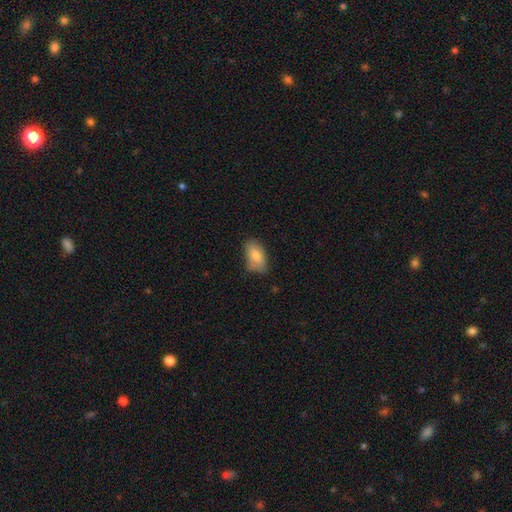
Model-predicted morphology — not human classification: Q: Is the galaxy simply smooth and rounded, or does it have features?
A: smooth — 80%.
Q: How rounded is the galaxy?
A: in between — 92%.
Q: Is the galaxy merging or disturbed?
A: none — 61%.